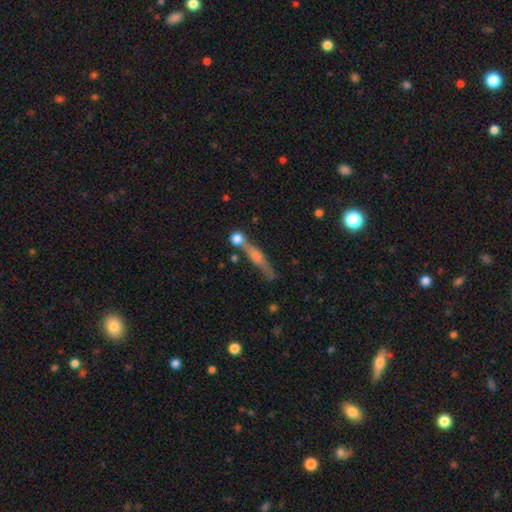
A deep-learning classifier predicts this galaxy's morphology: Smooth or featured? featured or disk (51%)
Edge-on disk? yes (86%)
Merging? none (59%)